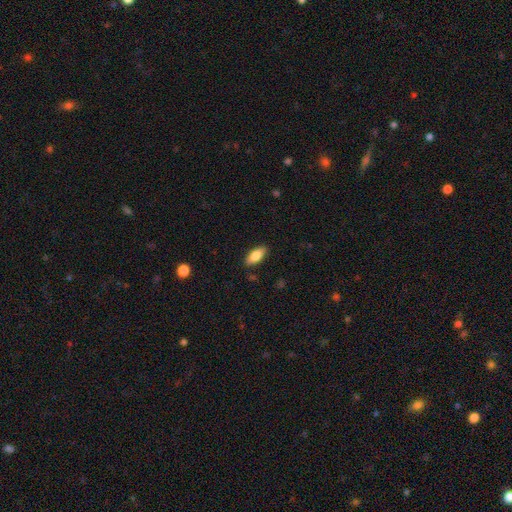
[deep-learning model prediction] A smooth galaxy with no disk features (79%) that is in between round and cigar-shaped (82%).

Vote fractions:
- Smooth or featured? smooth: 79% / featured or disk: 15% / star or artifact: 6%
- How rounded? in between: 82% / cigar-shaped: 16% / round: 2%
- Merging? none: 88% / minor disturbance: 9% / major disturbance: 2% / merger: 1%